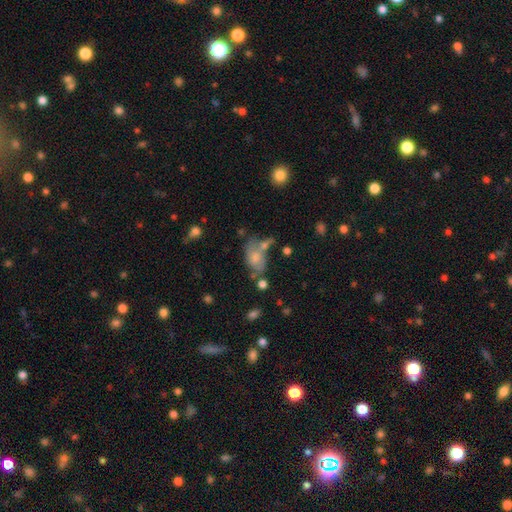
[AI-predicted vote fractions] The model was most divided on "smooth or featured": smooth: 46%, featured or disk: 38%, star or artifact: 16%. Remaining: merging — none (39%).